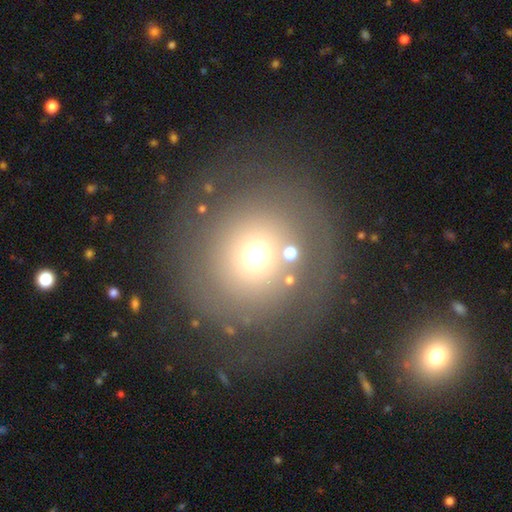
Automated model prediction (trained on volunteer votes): smooth-or-featured: smooth: 43% | featured or disk: 41% | star or artifact: 16%
  merging: none: 66% | major disturbance: 16% | minor disturbance: 14% | merger: 4%